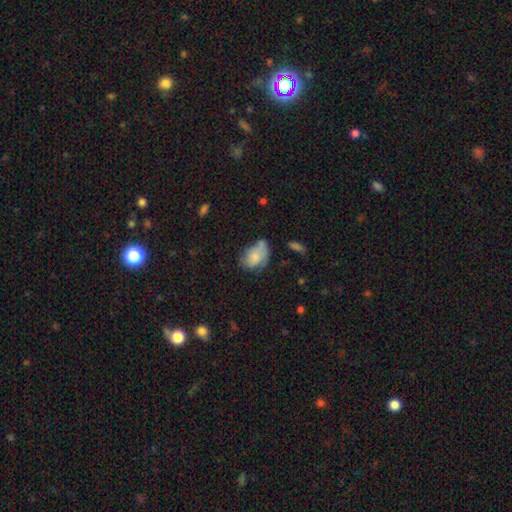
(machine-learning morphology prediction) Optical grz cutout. It shows a smooth galaxy with no disk features (74%) that is in between round and cigar-shaped (85%). Merging: minor disturbance (38%).